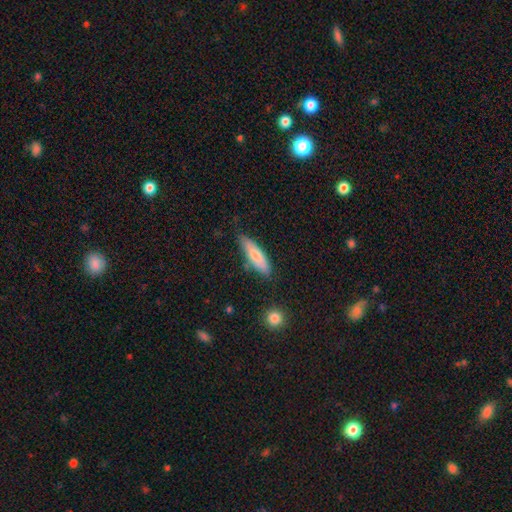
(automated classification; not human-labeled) smooth_or_featured: smooth (p=0.67) [alt: featured or disk p=0.26]
how_rounded: cigar-shaped (p=0.66) [alt: in between p=0.32]
merging: none (p=0.79) [alt: minor disturbance p=0.17]